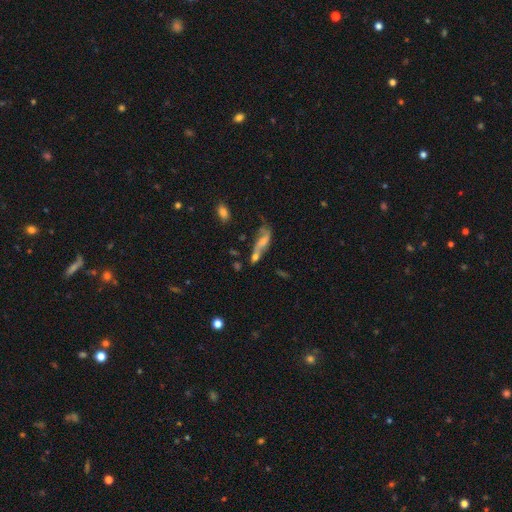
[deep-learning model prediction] A featured or disk galaxy (55%).

Vote fractions:
- Smooth or featured? featured or disk: 55% / smooth: 32% / star or artifact: 13%
- Edge-on disk? no: 78% / yes: 22%
- Merging? none: 38% / merger: 27% / minor disturbance: 19% / major disturbance: 17%